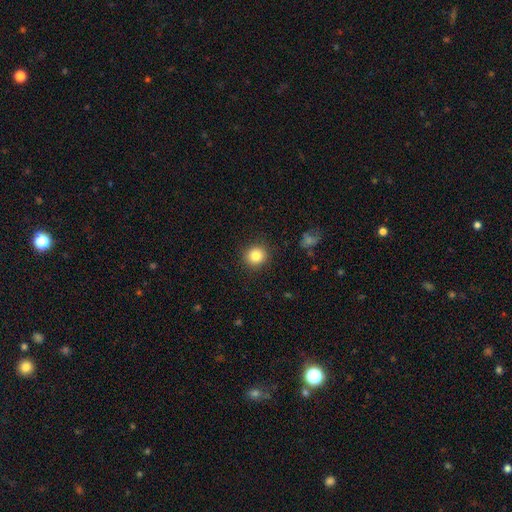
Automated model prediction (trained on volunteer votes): Smooth or featured? smooth (84%)
How rounded? round (90%)
Merging? none (90%)